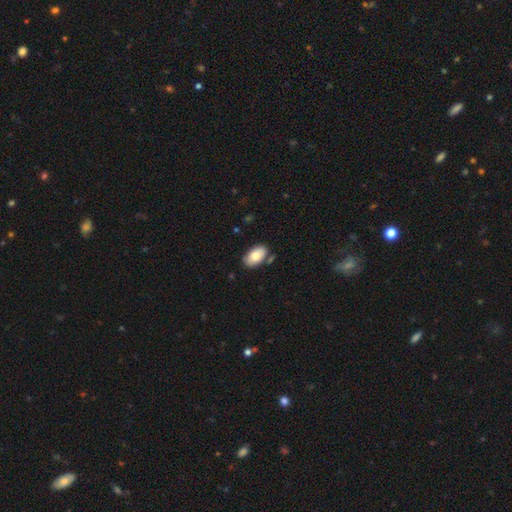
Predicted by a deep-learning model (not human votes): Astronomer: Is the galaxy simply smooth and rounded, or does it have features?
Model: smooth — 80%.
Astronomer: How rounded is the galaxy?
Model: in between — 94%.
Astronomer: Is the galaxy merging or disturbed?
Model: none — 77%.